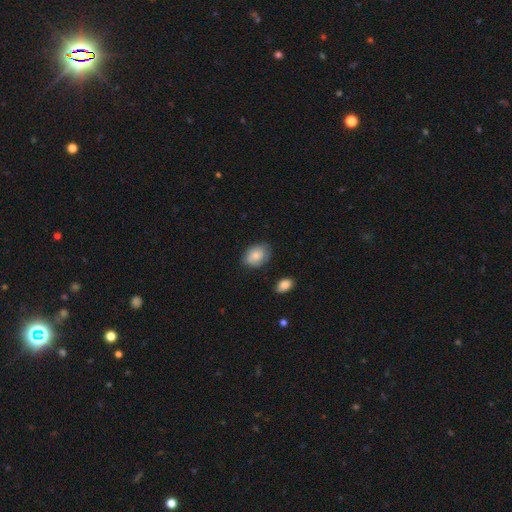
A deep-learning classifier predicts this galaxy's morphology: Q: Smooth or featured?
A: smooth (75%); runner-up: featured or disk (18%)
Q: How rounded?
A: in between (73%); runner-up: round (26%)
Q: Merging?
A: none (72%); runner-up: minor disturbance (22%)